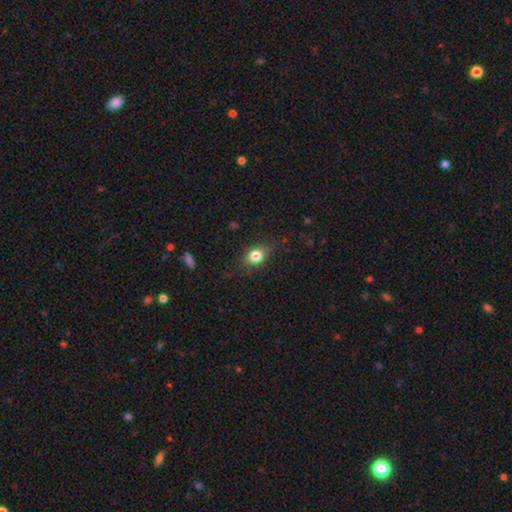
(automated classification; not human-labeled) Smooth or featured?
  - smooth: 78% *
  - featured or disk: 11%
  - star or artifact: 11%
How rounded?
  - in between: 57% *
  - round: 40%
  - cigar-shaped: 3%
Merging?
  - none: 80% *
  - minor disturbance: 15%
  - major disturbance: 4%
  - merger: 1%